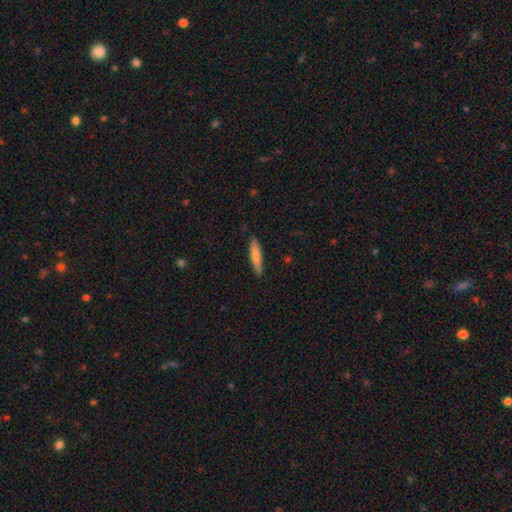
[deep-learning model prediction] A smooth galaxy with no disk features (75%) that is cigar-shaped (86%).

Vote fractions:
- Smooth or featured? smooth: 75% / featured or disk: 20% / star or artifact: 6%
- How rounded? cigar-shaped: 86% / in between: 12% / round: 1%
- Merging? none: 88% / minor disturbance: 9% / major disturbance: 2% / merger: 1%